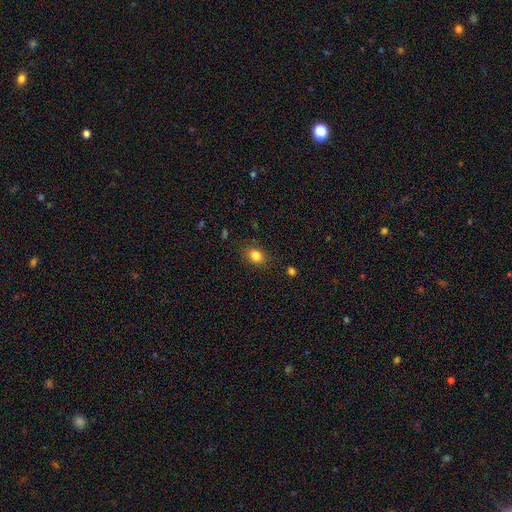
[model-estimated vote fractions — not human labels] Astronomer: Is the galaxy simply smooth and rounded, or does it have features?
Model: smooth — 83%.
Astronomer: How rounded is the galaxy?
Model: round — 49%, tied with in between at 49%.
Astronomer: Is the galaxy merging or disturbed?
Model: none — 81%.